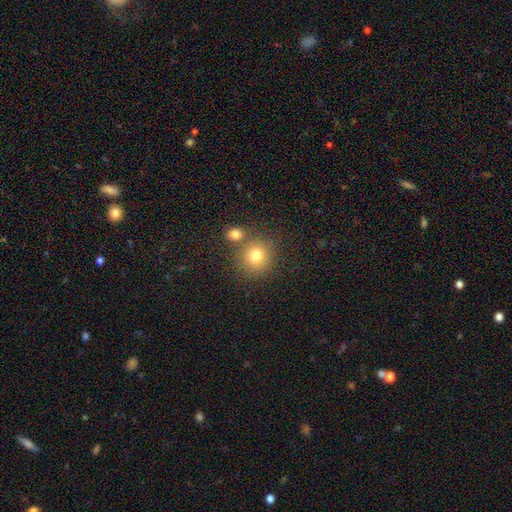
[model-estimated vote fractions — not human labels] smooth-or-featured: smooth: 78% | star or artifact: 12% | featured or disk: 10%
  how-rounded: round: 89% | in between: 10% | cigar-shaped: 1%
  merging: none: 68% | merger: 19% | minor disturbance: 9% | major disturbance: 3%